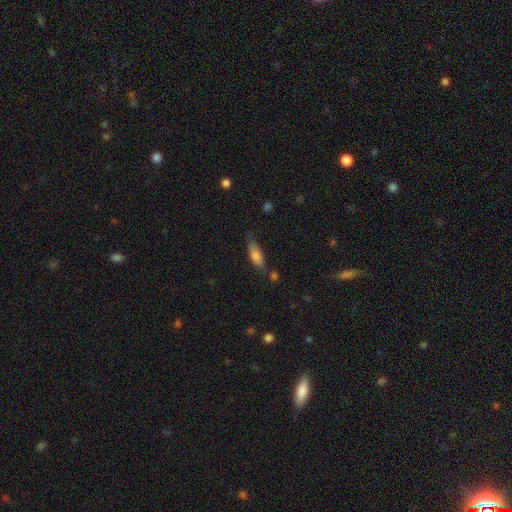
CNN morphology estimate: Overall: smooth (77%). How rounded: in between (70%). Merging: none (58%; minor disturbance 28%).